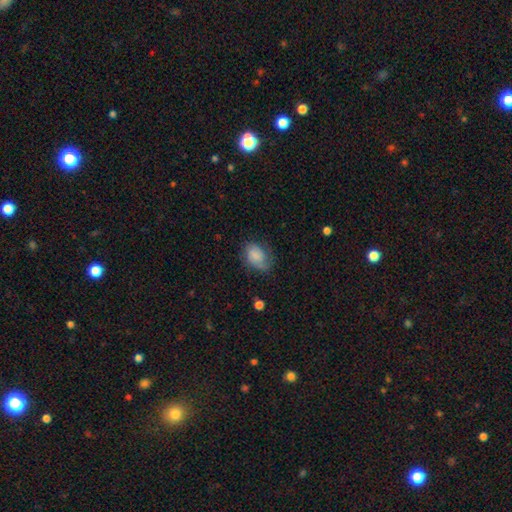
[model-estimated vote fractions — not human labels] Smooth or featured: smooth — 63% (featured or disk — 28%)
How rounded: in between — 73% (round — 26%)
Merging: none — 55% (minor disturbance — 29%)